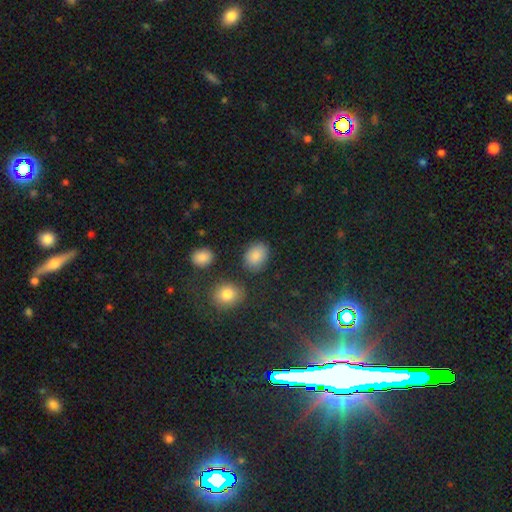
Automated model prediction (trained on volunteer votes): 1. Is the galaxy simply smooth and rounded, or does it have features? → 84% smooth, 10% star or artifact, 6% featured or disk.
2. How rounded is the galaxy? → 67% in between, 32% round, 1% cigar-shaped.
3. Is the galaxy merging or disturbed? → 80% none, 12% minor disturbance, 4% merger, 4% major disturbance.